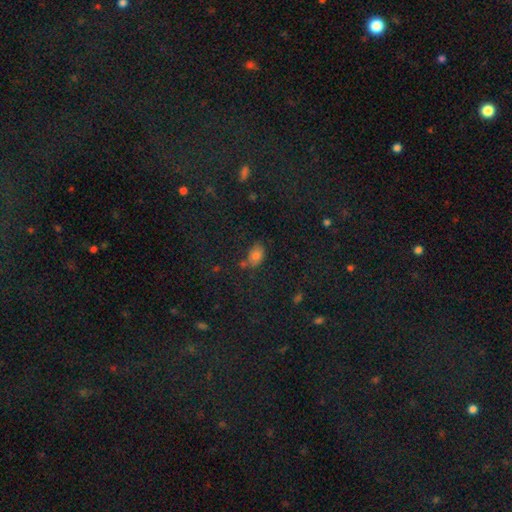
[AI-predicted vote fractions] Smooth or featured: smooth — 76% (star or artifact — 16%)
How rounded: in between — 83% (round — 16%)
Merging: none — 64% (minor disturbance — 20%)